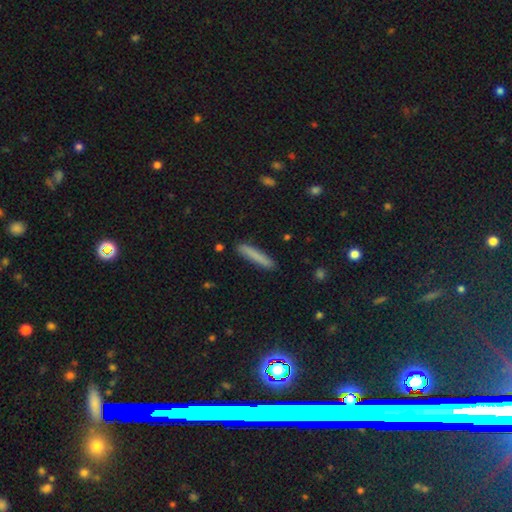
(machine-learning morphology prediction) smooth-or-featured: smooth: 80% | featured or disk: 12% | star or artifact: 7%
  how-rounded: cigar-shaped: 94% | in between: 5% | round: 1%
  merging: none: 88% | minor disturbance: 9% | major disturbance: 2% | merger: 1%